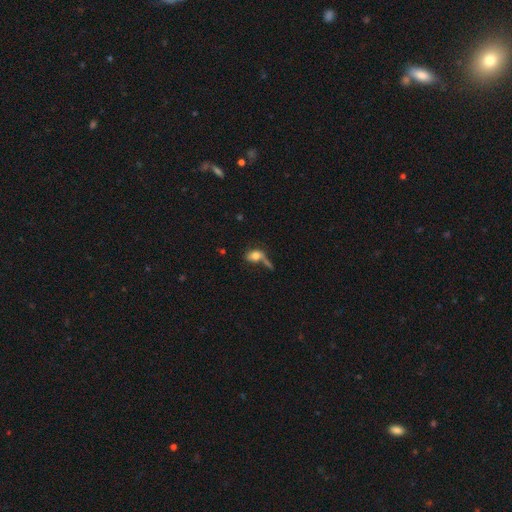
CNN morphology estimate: Q: Smooth or featured?
A: smooth (70%); runner-up: featured or disk (20%)
Q: How rounded?
A: in between (77%); runner-up: round (18%)
Q: Merging?
A: none (31%); runner-up: merger (28%)